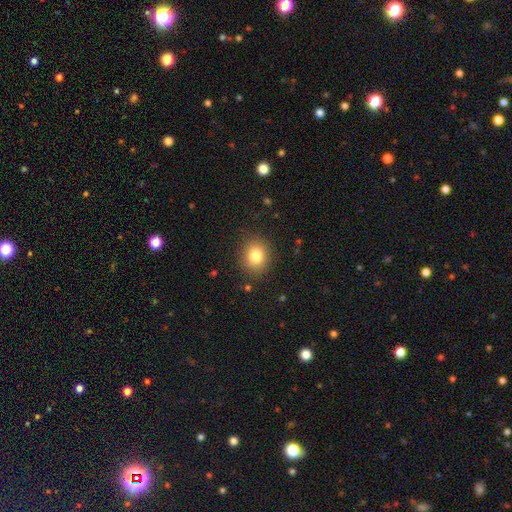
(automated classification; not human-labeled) A smooth galaxy with no disk features (81%) that is round (74%).

Vote fractions:
- Smooth or featured? smooth: 81% / star or artifact: 11% / featured or disk: 8%
- How rounded? round: 74% / in between: 25% / cigar-shaped: 1%
- Merging? none: 87% / minor disturbance: 9% / major disturbance: 3% / merger: 1%